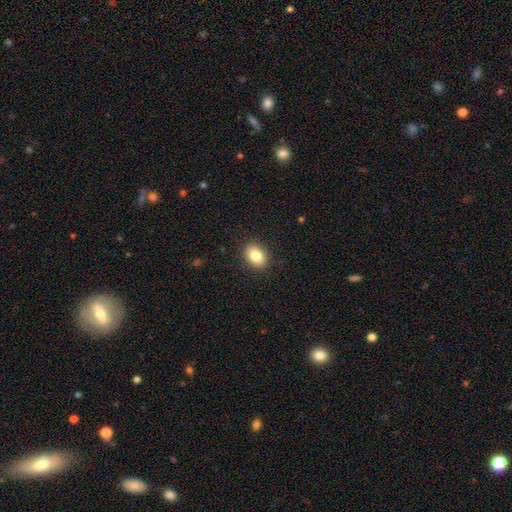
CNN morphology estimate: This is clearly a smooth galaxy (84%). How rounded: likely in between (77%). Merging: clearly none (89%).